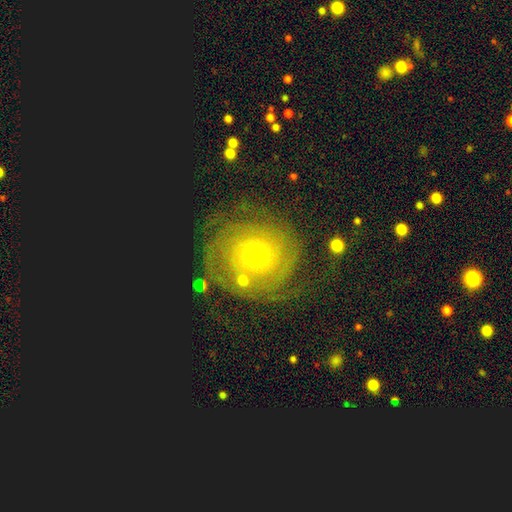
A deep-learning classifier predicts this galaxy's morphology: Smooth or featured: featured or disk — 78% (smooth — 12%)
Edge-on disk: no — 97% (yes — 3%)
Bar: no — 84% (weak — 12%)
Spiral arms: yes — 93% (no — 7%)
Spiral winding: tight — 72% (medium — 21%)
Spiral arm count: 2 — 49% (can't tell — 24%)
Bulge size: small — 69% (moderate — 26%)
Merging: none — 72% (minor disturbance — 14%)